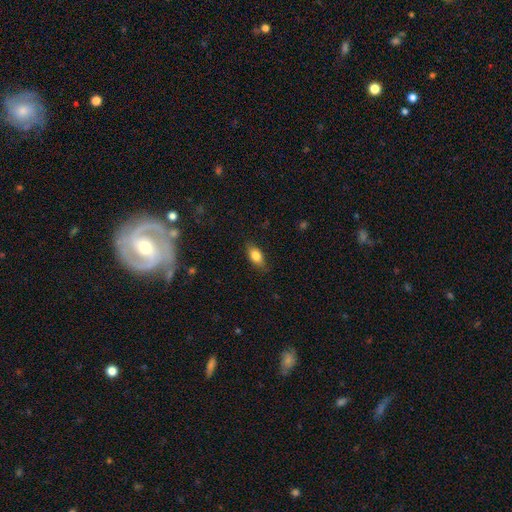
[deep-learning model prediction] Overall: smooth (79%). How rounded: in between (84%). Merging: none (81%).